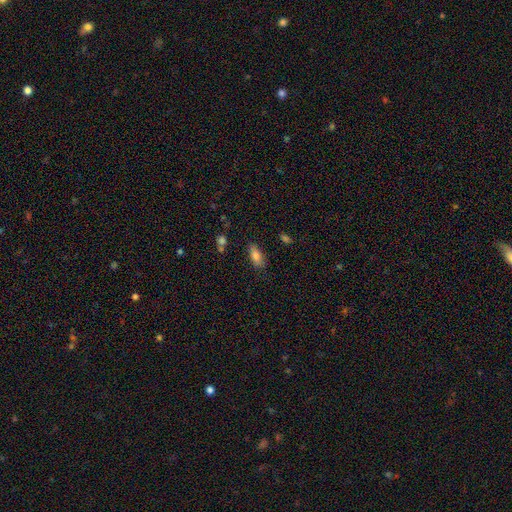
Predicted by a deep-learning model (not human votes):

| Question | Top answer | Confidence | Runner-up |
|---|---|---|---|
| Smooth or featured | smooth | 81% | featured or disk (11%) |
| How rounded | in between | 80% | cigar-shaped (17%) |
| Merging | none | 78% | minor disturbance (15%) |